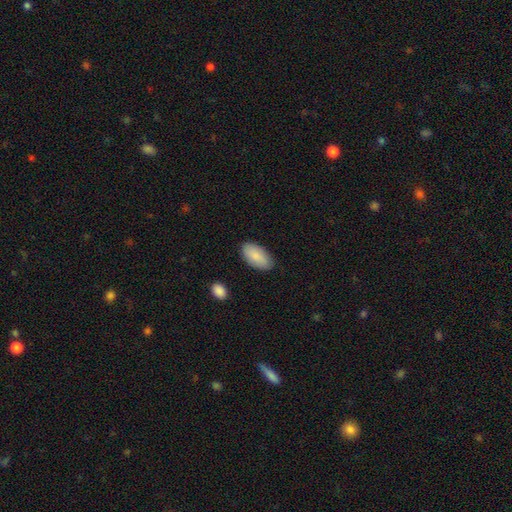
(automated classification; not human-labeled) Overall: smooth (87%). How rounded: in between (94%). Merging: none (85%).